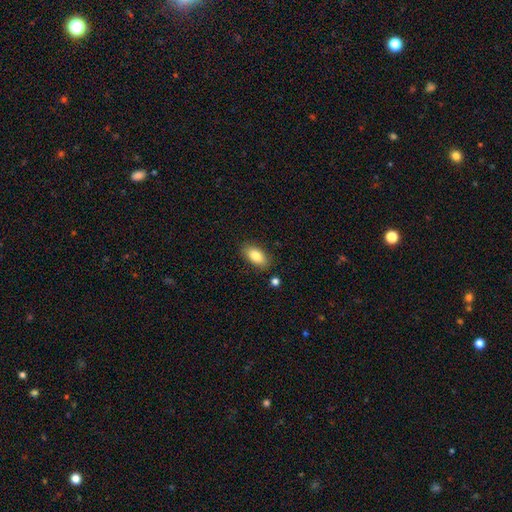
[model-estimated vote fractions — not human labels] Morphology: type=smooth (83%); roundness=in between (90%); merging=none (84%).